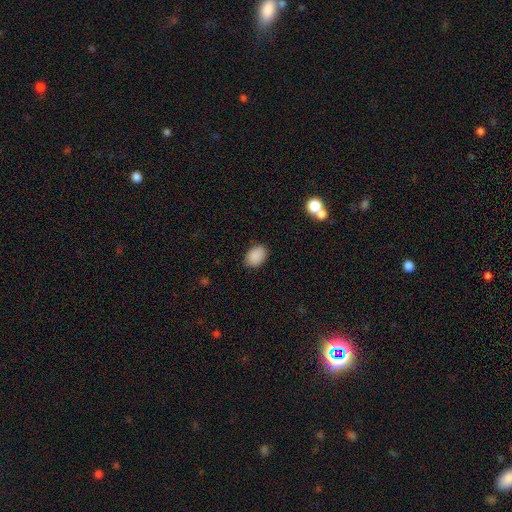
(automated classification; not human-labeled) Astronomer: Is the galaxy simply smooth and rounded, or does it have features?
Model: smooth — 89%.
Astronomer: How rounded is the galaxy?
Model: in between — 81%.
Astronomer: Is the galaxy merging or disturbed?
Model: none — 85%.